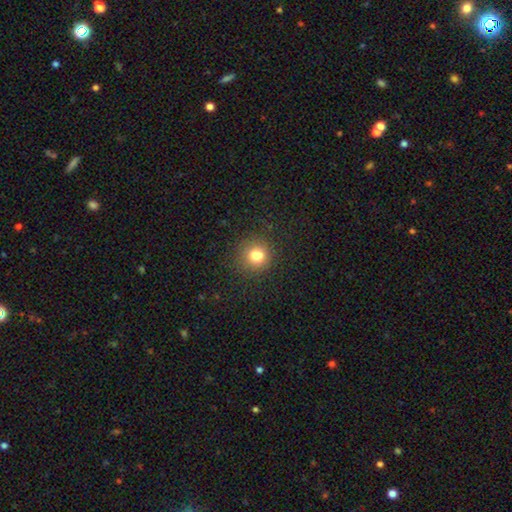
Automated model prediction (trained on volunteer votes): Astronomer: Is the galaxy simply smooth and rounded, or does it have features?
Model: smooth — 78%.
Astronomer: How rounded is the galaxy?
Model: round — 88%.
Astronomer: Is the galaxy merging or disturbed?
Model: none — 84%.